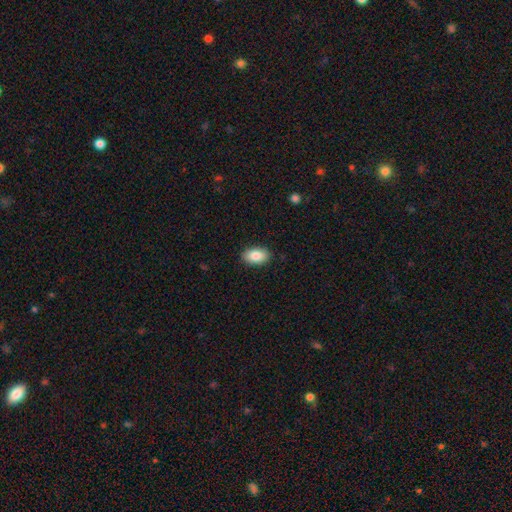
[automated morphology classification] Smooth or featured? smooth (87%)
How rounded? in between (92%)
Merging? none (89%)